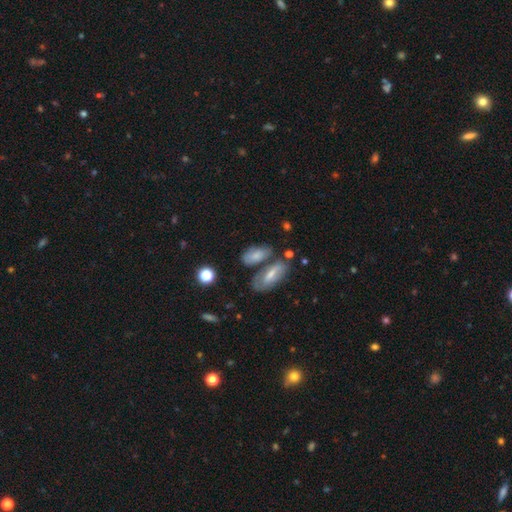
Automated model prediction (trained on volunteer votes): This appears to be a smooth galaxy with no disk features (65%) that is in between round and cigar-shaped (80%). Merging: none (51%).